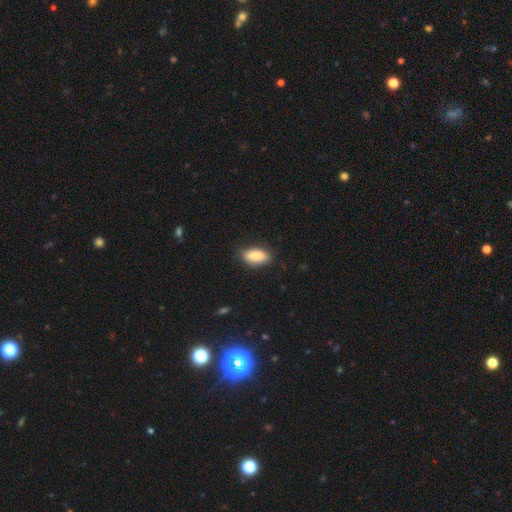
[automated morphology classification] Smooth or featured? Predicted: smooth (p=0.86). How rounded? Predicted: in between (p=0.86). Merging? Predicted: none (p=0.79).